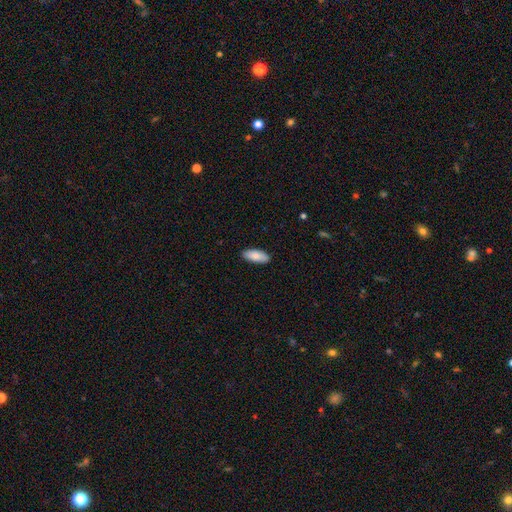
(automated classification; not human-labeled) The model was most divided on "how rounded": in between: 83%, cigar-shaped: 15%, round: 2%. More confident: merging — none (89%); smooth or featured — smooth (86%).